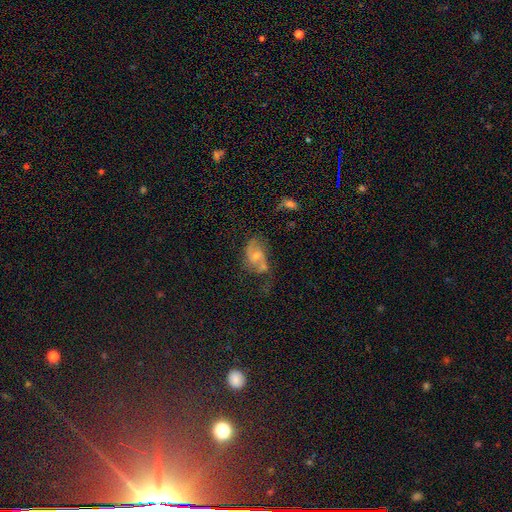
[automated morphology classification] The model was most divided on "bulge size": moderate: 49%, small: 42%, none: 4%, large: 3%, dominant: 1%. Remaining: edge-on disk — no (96%); spiral arms — yes (79%); bar — no (60%); smooth or featured — featured or disk (58%); merging — none (43%).